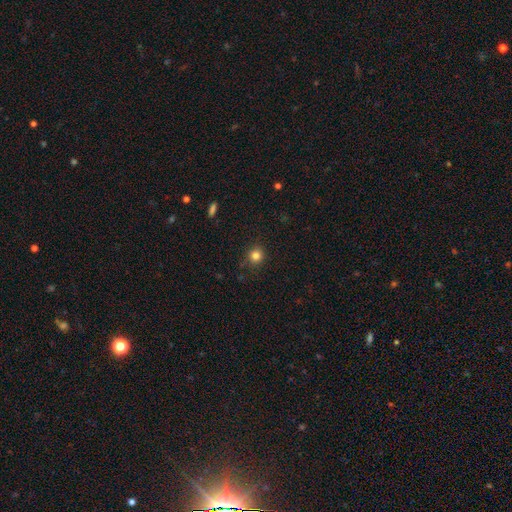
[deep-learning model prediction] Morphology: type=smooth (82%); roundness=round (90%); merging=none (87%).